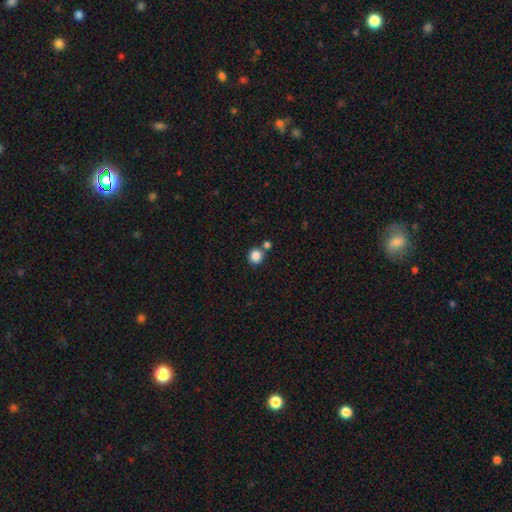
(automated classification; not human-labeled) Morphology: type=smooth (86%); roundness=round (90%); merging=none (69%).